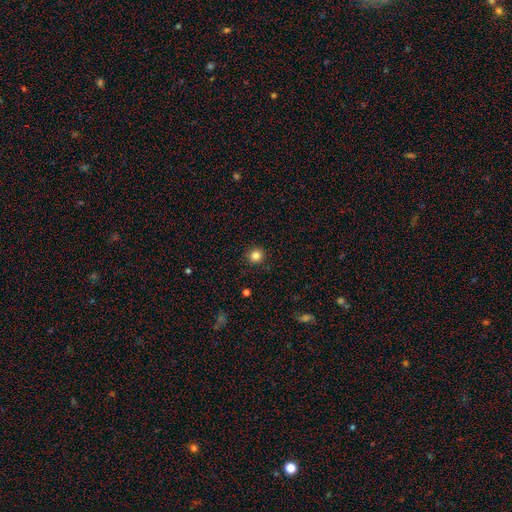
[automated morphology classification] This is clearly a smooth galaxy (83%). How rounded: clearly round (93%). Merging: clearly none (92%).